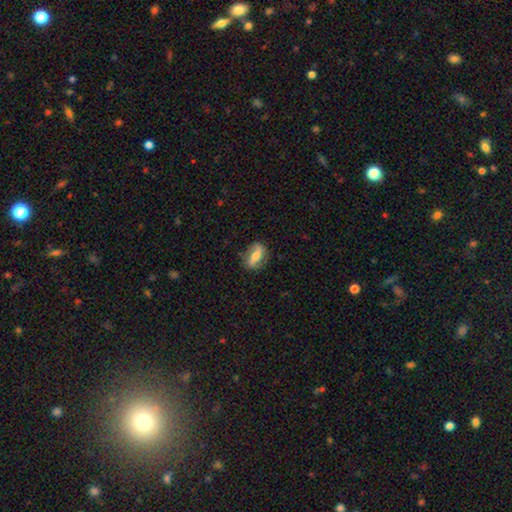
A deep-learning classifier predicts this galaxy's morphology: smooth_or_featured: featured or disk (p=0.55) [alt: smooth p=0.38]
disk_edge_on: no (p=0.89) [alt: yes p=0.11]
merging: none (p=0.79) [alt: minor disturbance p=0.16]